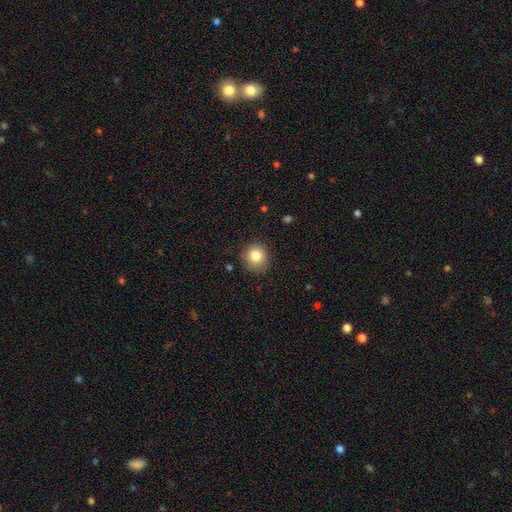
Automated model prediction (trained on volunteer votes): Q: Smooth or featured?
A: smooth (82%); runner-up: star or artifact (10%)
Q: How rounded?
A: round (87%); runner-up: in between (12%)
Q: Merging?
A: none (85%); runner-up: minor disturbance (11%)